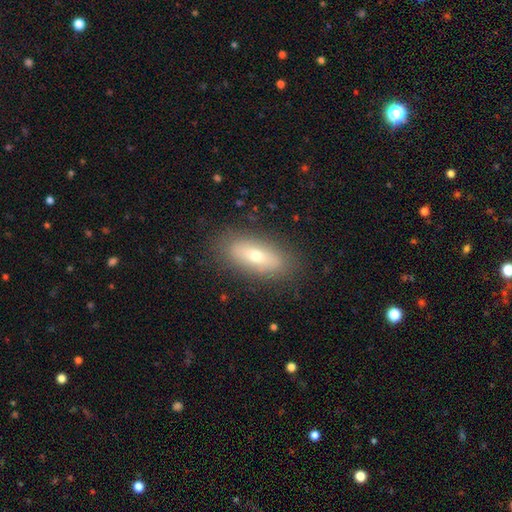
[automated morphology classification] The model was most divided on "smooth or featured": smooth: 62%, featured or disk: 29%, star or artifact: 8%. More confident: merging — none (84%); how rounded — in between (75%).